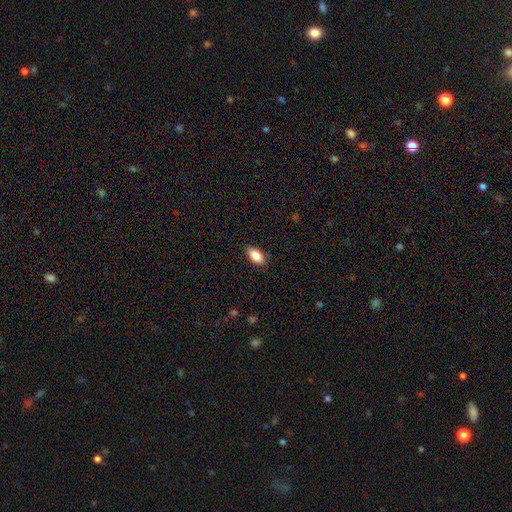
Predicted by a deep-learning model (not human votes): This is clearly a smooth galaxy (86%). How rounded: clearly in between (90%). Merging: clearly none (88%).